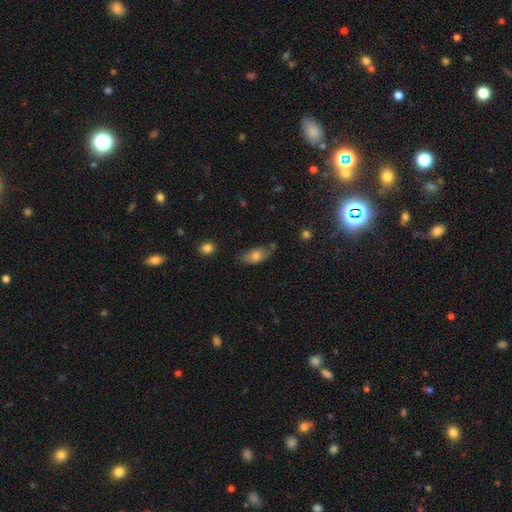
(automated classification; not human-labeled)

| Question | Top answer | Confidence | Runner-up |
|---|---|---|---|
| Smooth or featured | smooth | 73% | featured or disk (19%) |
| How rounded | in between | 87% | cigar-shaped (8%) |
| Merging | none | 58% | minor disturbance (30%) |